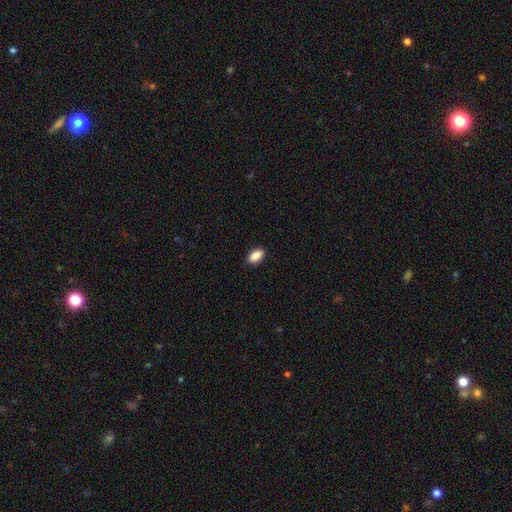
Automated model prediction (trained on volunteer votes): This is clearly a smooth galaxy (88%). How rounded: clearly in between (90%). Merging: clearly none (88%).